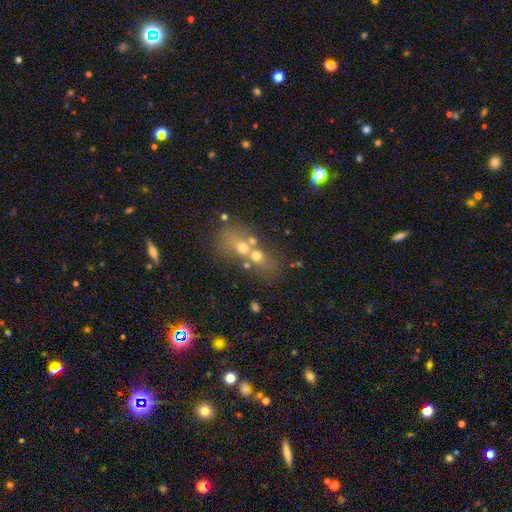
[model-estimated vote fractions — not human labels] Q: Smooth or featured?
A: smooth (45%); runner-up: featured or disk (35%)
Q: Merging?
A: merger (60%); runner-up: none (26%)